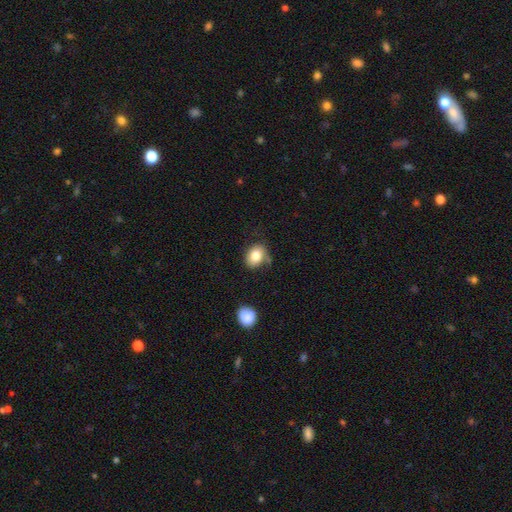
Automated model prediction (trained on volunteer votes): smooth 80%, featured or disk 11%, star or artifact 8%. Down the decision tree: how rounded — in between (56%); merging — none (68%).